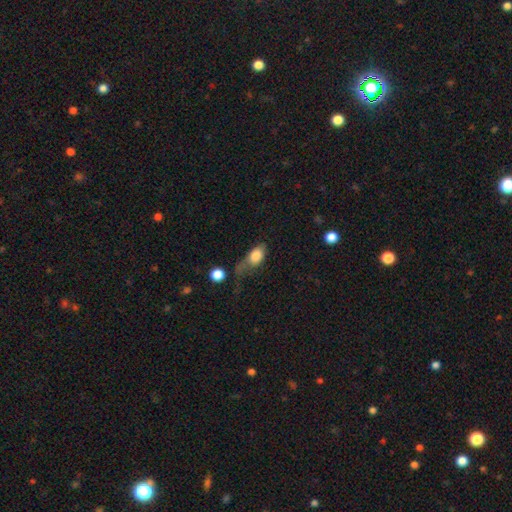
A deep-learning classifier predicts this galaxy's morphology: Overall: smooth (77%). How rounded: in between (81%). Merging: major disturbance (45%; minor disturbance 23%).